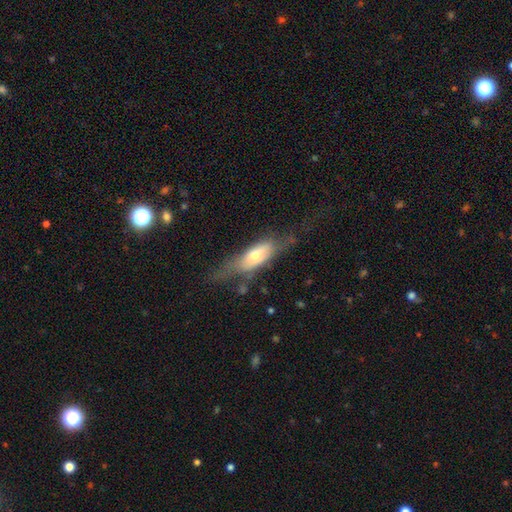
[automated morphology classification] smooth 51%, featured or disk 42%, star or artifact 7%. Down the decision tree: how rounded — in between (64%); merging — none (45%).